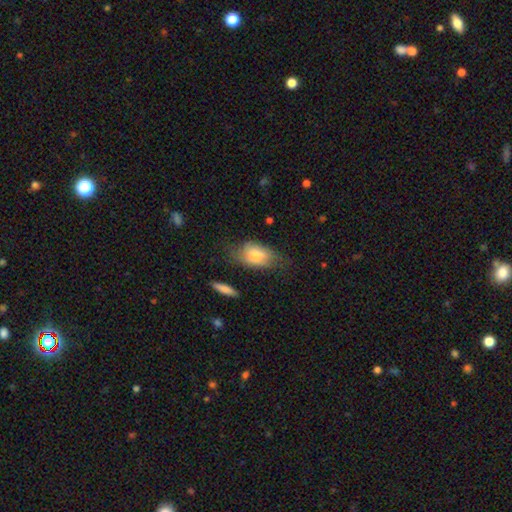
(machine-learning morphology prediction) A smooth galaxy with no disk features (72%) that is in between round and cigar-shaped (88%).

Vote fractions:
- Smooth or featured? smooth: 72% / featured or disk: 21% / star or artifact: 7%
- How rounded? in between: 88% / round: 9% / cigar-shaped: 3%
- Merging? none: 52% / minor disturbance: 31% / major disturbance: 15% / merger: 2%